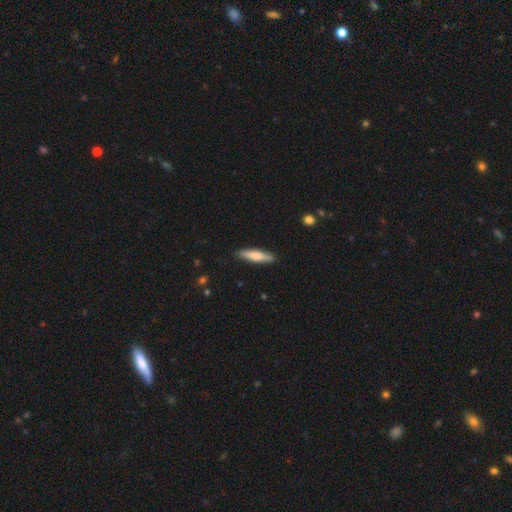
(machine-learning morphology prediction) Q: Smooth or featured?
A: smooth (73%); runner-up: featured or disk (22%)
Q: How rounded?
A: cigar-shaped (79%); runner-up: in between (20%)
Q: Merging?
A: none (88%); runner-up: minor disturbance (9%)